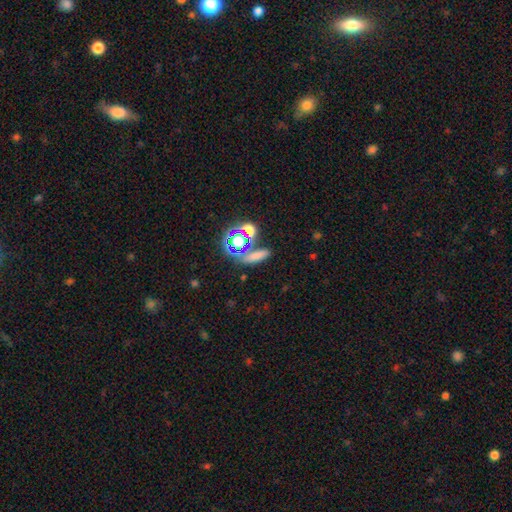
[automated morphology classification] smooth_or_featured: smooth (p=0.63) [alt: star or artifact p=0.26]
how_rounded: cigar-shaped (p=0.46) [alt: in between p=0.34]
merging: none (p=0.68) [alt: merger p=0.16]